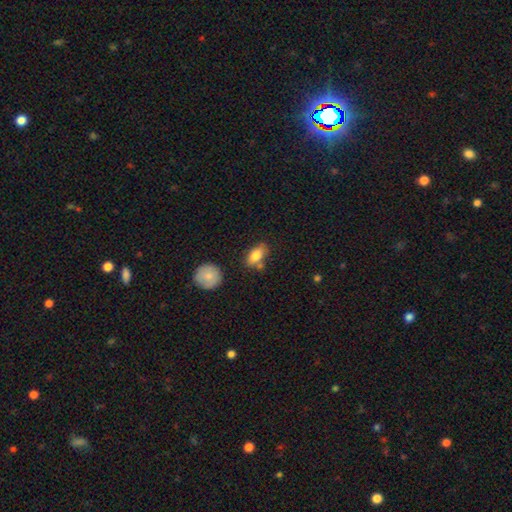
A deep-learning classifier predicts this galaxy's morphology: Smooth or featured: smooth — 82% (featured or disk — 11%)
How rounded: in between — 87% (round — 8%)
Merging: none — 67% (minor disturbance — 17%)